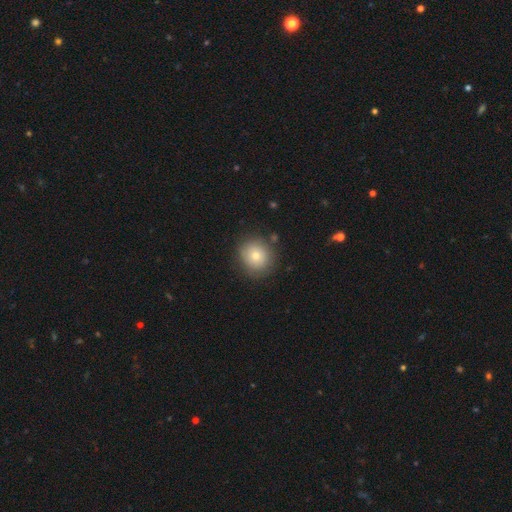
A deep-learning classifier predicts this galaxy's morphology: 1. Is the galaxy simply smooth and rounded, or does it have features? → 78% smooth, 12% featured or disk, 10% star or artifact.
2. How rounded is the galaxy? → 87% round, 12% in between, 1% cigar-shaped.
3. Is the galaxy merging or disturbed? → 84% none, 11% minor disturbance, 3% major disturbance, 2% merger.